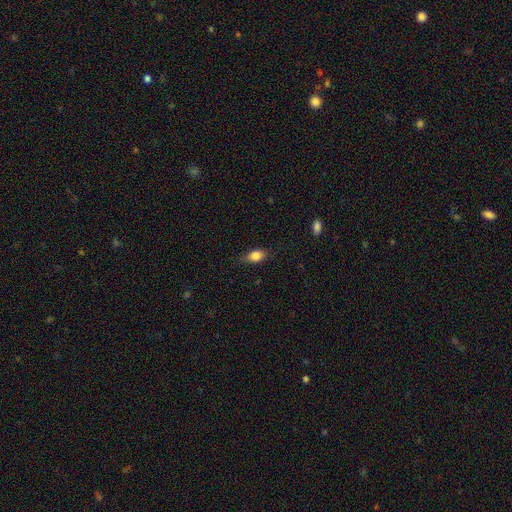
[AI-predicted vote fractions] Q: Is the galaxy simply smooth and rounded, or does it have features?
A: smooth — 83%.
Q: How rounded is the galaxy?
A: in between — 82%.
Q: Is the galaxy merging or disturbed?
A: none — 77%.